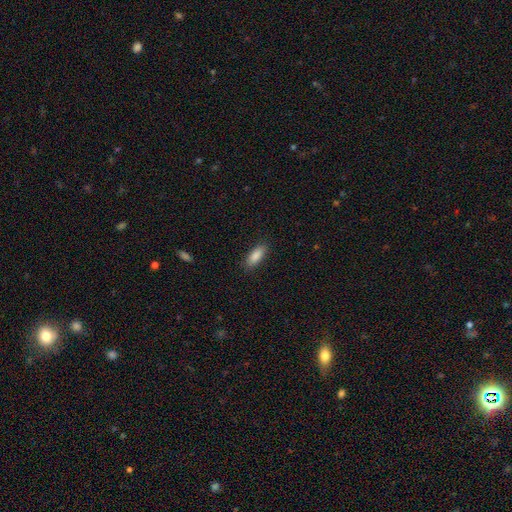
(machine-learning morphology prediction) Overall: smooth (87%). How rounded: in between (72%). Merging: none (87%).